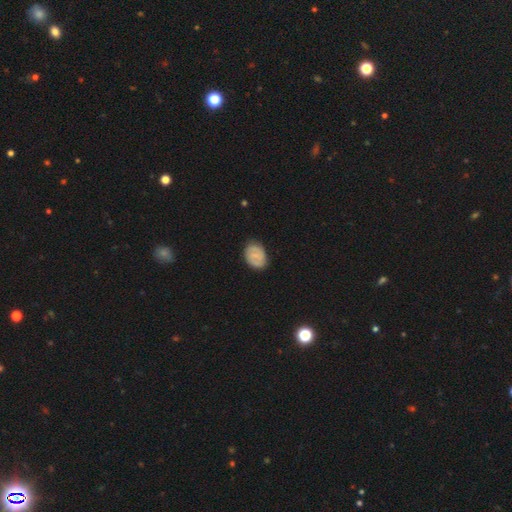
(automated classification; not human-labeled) A featured or disk galaxy (46%, tied with smooth). Merging: none (82%).